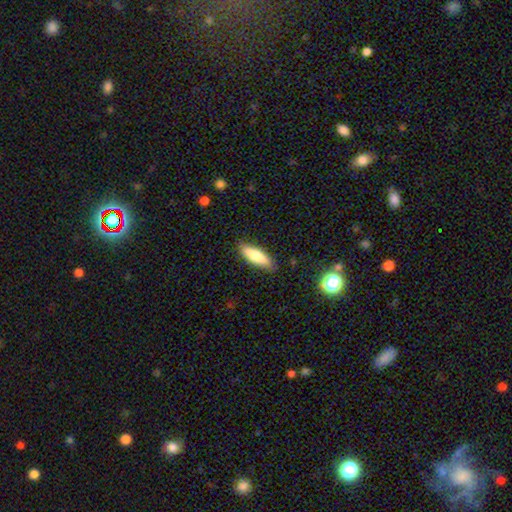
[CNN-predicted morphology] Smooth or featured? smooth (76%)
How rounded? cigar-shaped (49%, tied with in between)
Merging? none (86%)